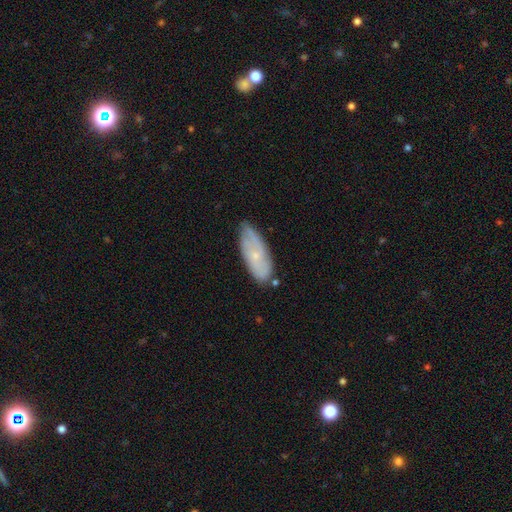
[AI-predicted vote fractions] Smooth or featured: smooth — 48% (featured or disk — 45%)
Merging: none — 67% (minor disturbance — 26%)